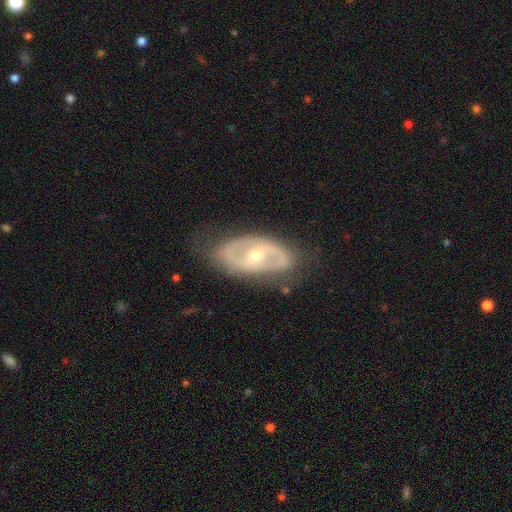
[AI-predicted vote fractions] Smooth or featured? featured or disk (74%)
Edge-on disk? no (91%)
Bar? no (46%)
Spiral arms? no (52%)
Bulge size? moderate (53%)
Merging? none (74%)